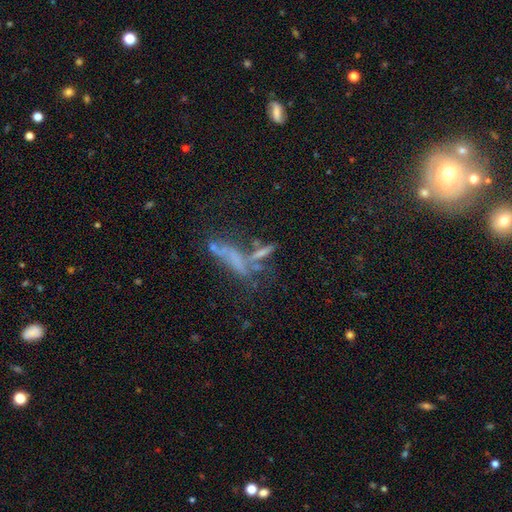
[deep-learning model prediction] Smooth or featured? Predicted: featured or disk (p=0.43). Merging? Predicted: merger (p=0.35).